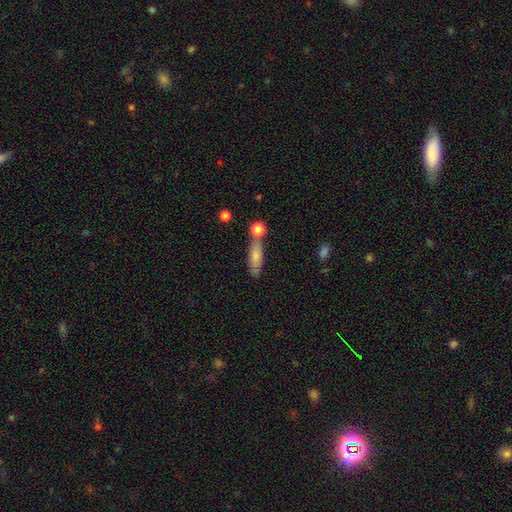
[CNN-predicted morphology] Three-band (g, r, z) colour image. It shows a smooth galaxy with no disk features (76%) that is in between round and cigar-shaped (55%). Merging: none (57%).